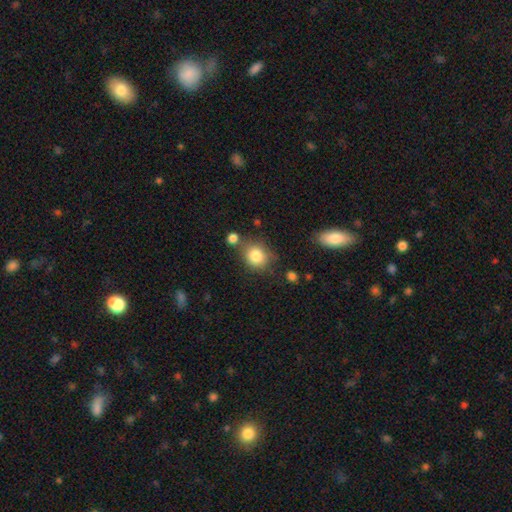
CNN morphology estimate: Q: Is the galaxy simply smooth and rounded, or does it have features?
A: smooth — 83%.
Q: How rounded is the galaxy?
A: round — 73%.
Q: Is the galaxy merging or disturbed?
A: none — 68%.